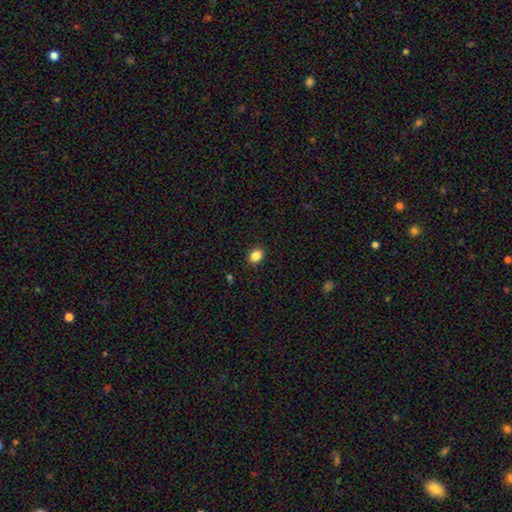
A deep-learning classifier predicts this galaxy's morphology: smooth_or_featured: smooth (p=0.87) [alt: star or artifact p=0.10]
how_rounded: in between (p=0.55) [alt: round p=0.44]
merging: none (p=0.90) [alt: minor disturbance p=0.07]